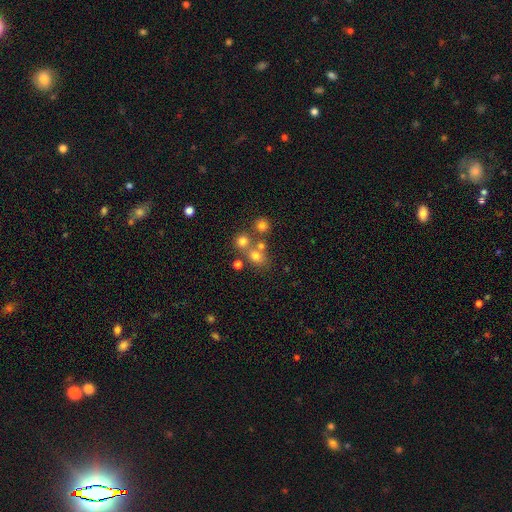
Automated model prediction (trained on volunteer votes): smooth-or-featured: smooth: 68% | star or artifact: 18% | featured or disk: 14%
  how-rounded: round: 65% | in between: 34% | cigar-shaped: 1%
  merging: none: 52% | merger: 34% | minor disturbance: 10% | major disturbance: 5%